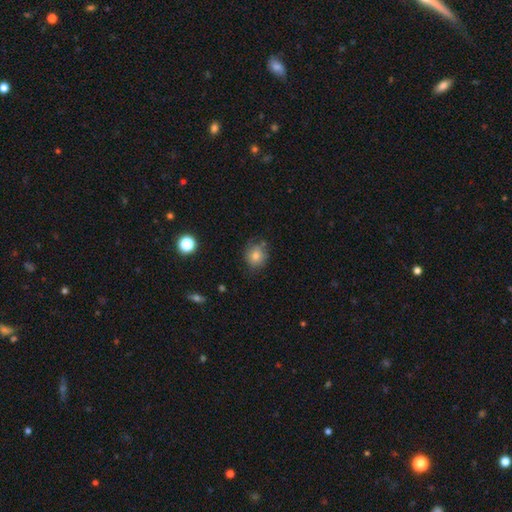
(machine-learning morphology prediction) Overall: smooth (77%). How rounded: round (79%). Merging: none (70%).